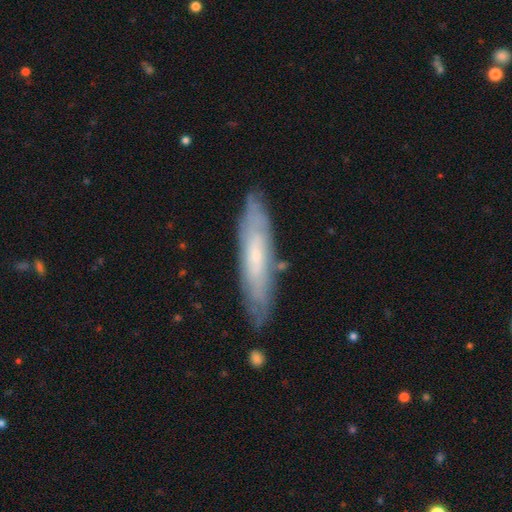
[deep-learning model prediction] Smooth or featured? Predicted: featured or disk (p=0.58). Edge-on disk? Predicted: no (p=0.56). Merging? Predicted: none (p=0.81).